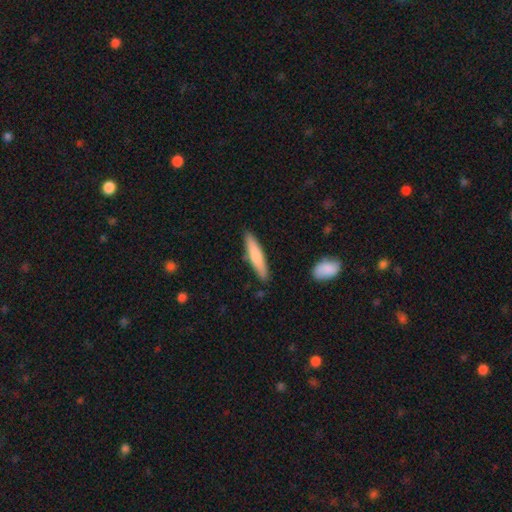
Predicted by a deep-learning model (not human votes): Overall: smooth (72%). How rounded: cigar-shaped (87%). Merging: none (87%).